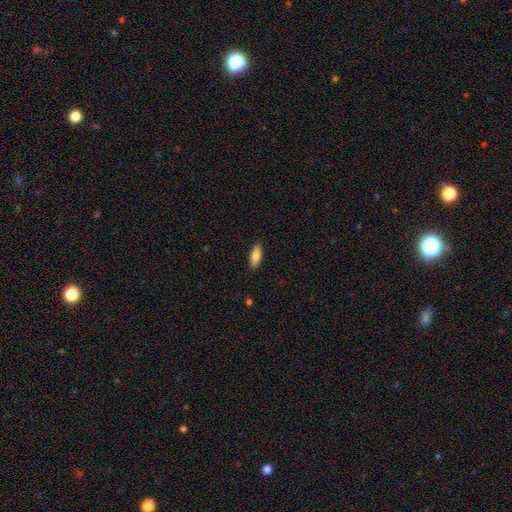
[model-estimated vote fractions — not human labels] smooth-or-featured: smooth: 82% | featured or disk: 12% | star or artifact: 6%
  how-rounded: in between: 64% | cigar-shaped: 34% | round: 2%
  merging: none: 89% | minor disturbance: 9% | major disturbance: 2% | merger: 1%